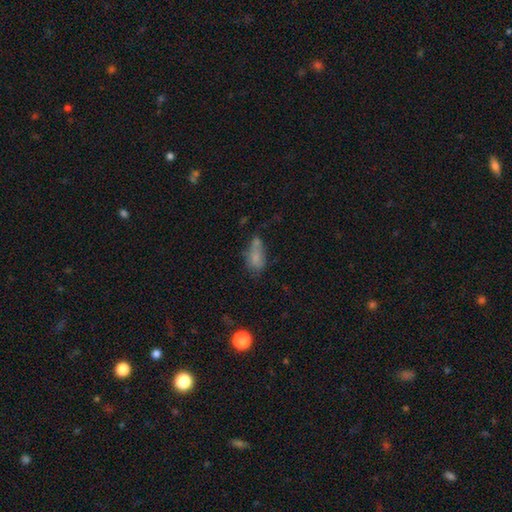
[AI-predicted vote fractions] The model was most divided on "merging": none: 33%, merger: 26%, minor disturbance: 23%, major disturbance: 17%. More confident: how rounded — in between (81%); smooth or featured — smooth (63%).